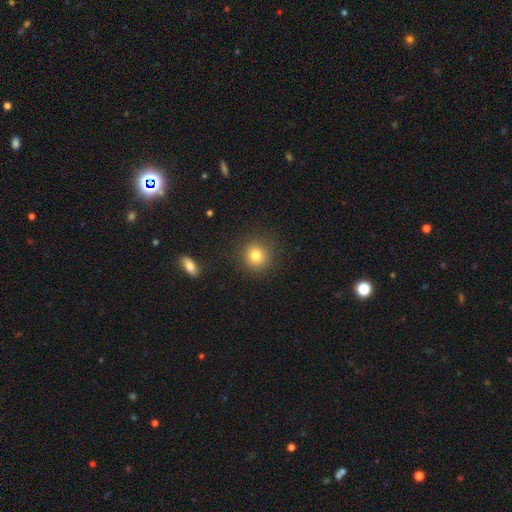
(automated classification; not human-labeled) A smooth galaxy with no disk features (81%) that is round (91%). Merging: none (89%).